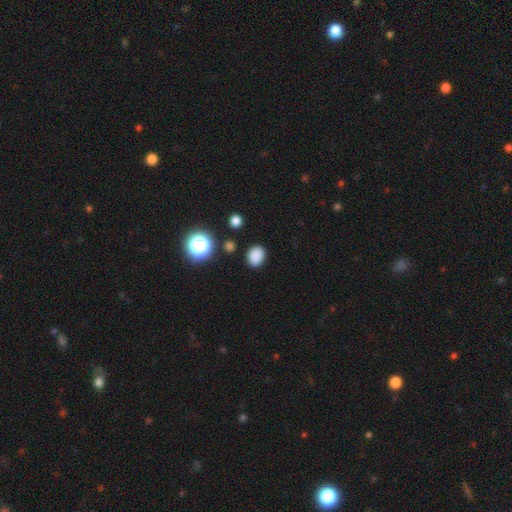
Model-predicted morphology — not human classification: Overall: smooth (83%). How rounded: round (50%; in between 49%). Merging: none (85%).